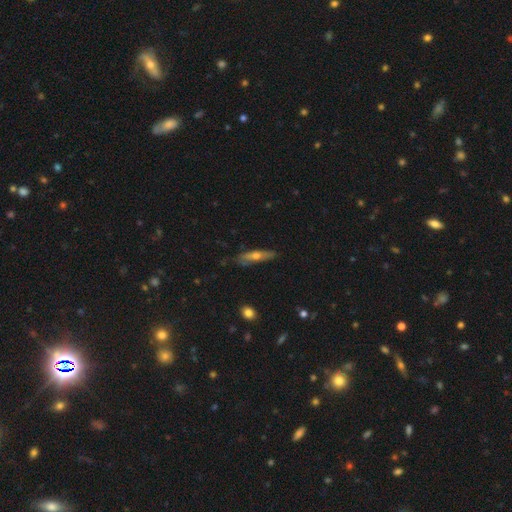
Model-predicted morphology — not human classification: smooth 47% (tied), featured or disk 47% (tied), star or artifact 6%. Down the decision tree: merging — none (76%).